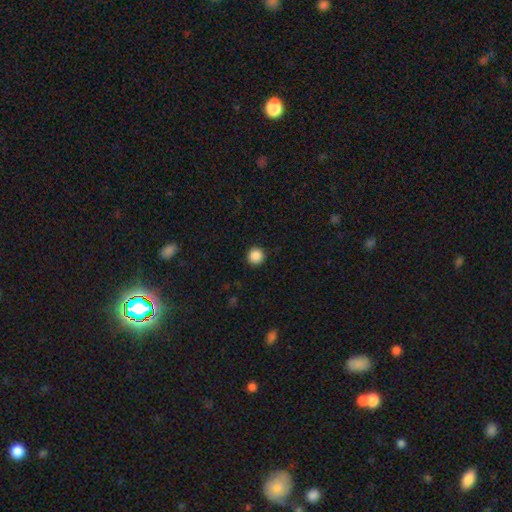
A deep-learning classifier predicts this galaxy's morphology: Smooth or featured: smooth — 88% (star or artifact — 10%)
How rounded: round — 96% (in between — 3%)
Merging: none — 92% (minor disturbance — 6%)